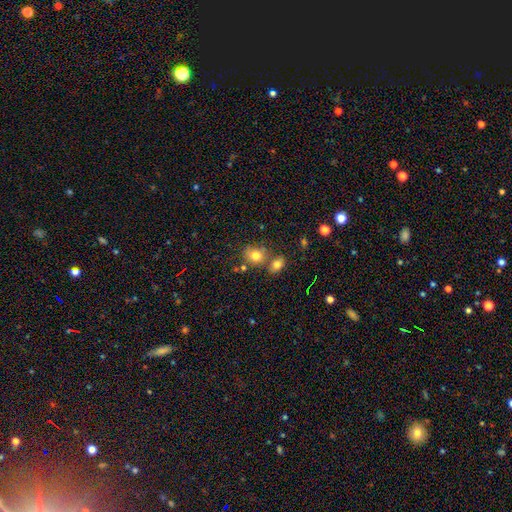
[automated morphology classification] A smooth galaxy with no disk features (78%) that is round (63%).

Vote fractions:
- Smooth or featured? smooth: 78% / star or artifact: 11% / featured or disk: 10%
- How rounded? round: 63% / in between: 36% / cigar-shaped: 1%
- Merging? none: 53% / merger: 30% / minor disturbance: 13% / major disturbance: 4%